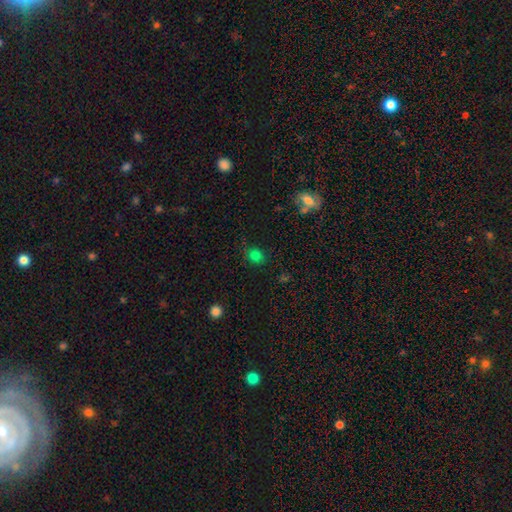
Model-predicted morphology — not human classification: smooth-or-featured: smooth: 76% | star or artifact: 19% | featured or disk: 4%
  how-rounded: round: 76% | in between: 23% | cigar-shaped: 1%
  merging: none: 78% | minor disturbance: 15% | major disturbance: 5% | merger: 3%